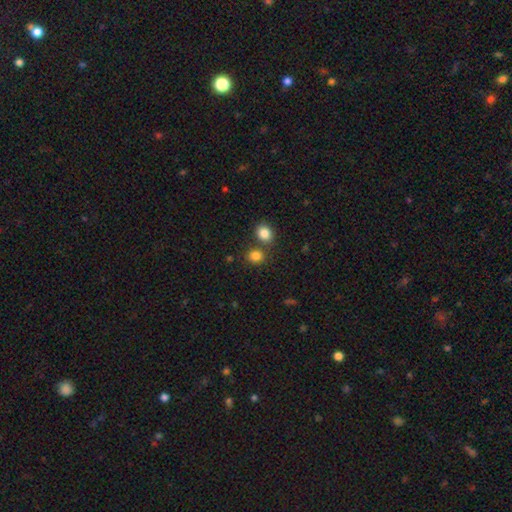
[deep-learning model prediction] The model was most divided on "how rounded": round: 71%, in between: 28%, cigar-shaped: 1%. More confident: smooth or featured — smooth (83%); merging — none (66%).